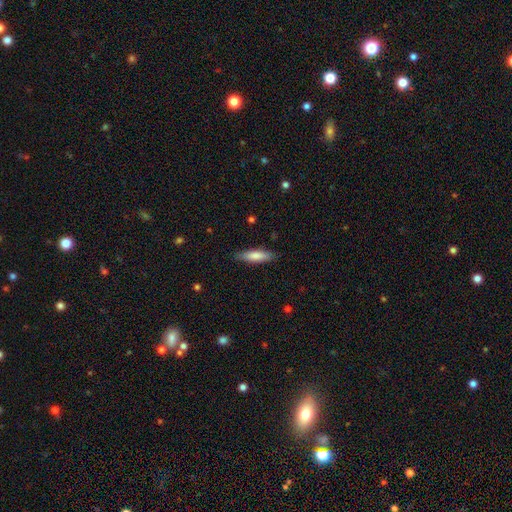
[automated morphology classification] Smooth or featured?
  - smooth: 76% *
  - featured or disk: 18%
  - star or artifact: 6%
How rounded?
  - cigar-shaped: 68% *
  - in between: 30%
  - round: 1%
Merging?
  - none: 87% *
  - minor disturbance: 10%
  - major disturbance: 2%
  - merger: 1%